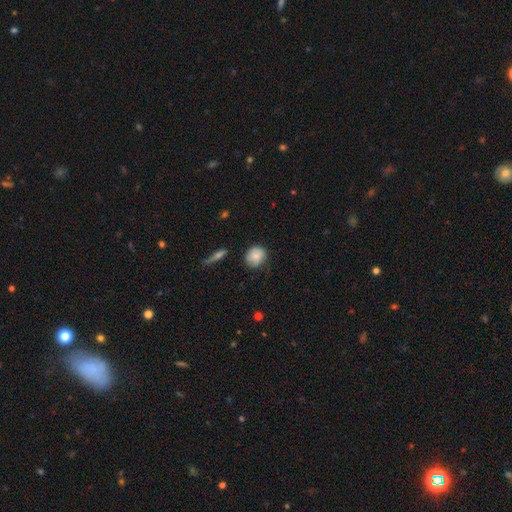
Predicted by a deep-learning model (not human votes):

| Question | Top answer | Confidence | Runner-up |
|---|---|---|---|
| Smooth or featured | smooth | 80% | featured or disk (12%) |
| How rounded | round | 77% | in between (22%) |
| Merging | none | 72% | minor disturbance (22%) |